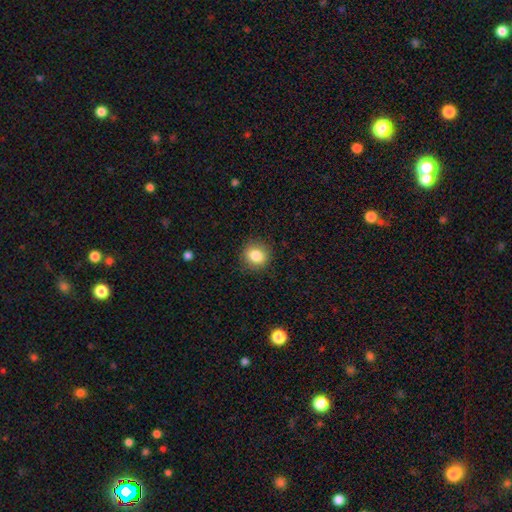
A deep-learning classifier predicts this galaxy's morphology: A smooth galaxy with no disk features (84%) that is round (83%). Merging: none (89%).